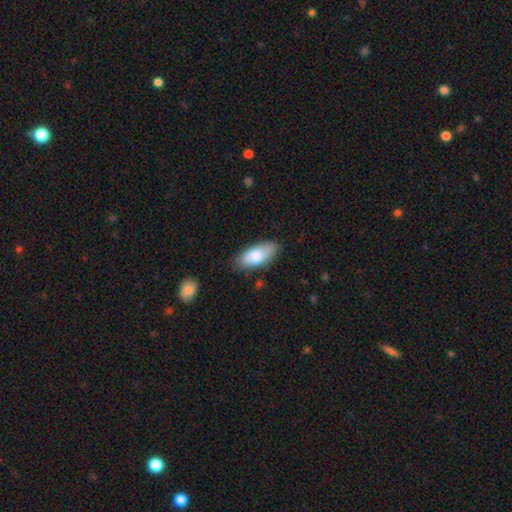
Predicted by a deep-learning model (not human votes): Smooth or featured? smooth (79%)
How rounded? in between (85%)
Merging? none (80%)